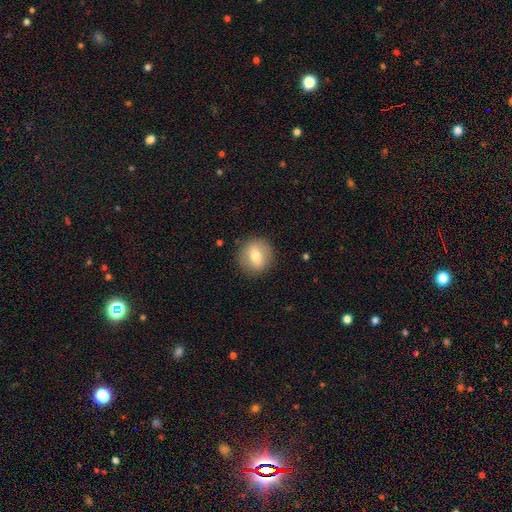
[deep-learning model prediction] smooth_or_featured: smooth (p=0.67) [alt: featured or disk p=0.24]
how_rounded: round (p=0.85) [alt: in between p=0.14]
merging: none (p=0.87) [alt: minor disturbance p=0.09]